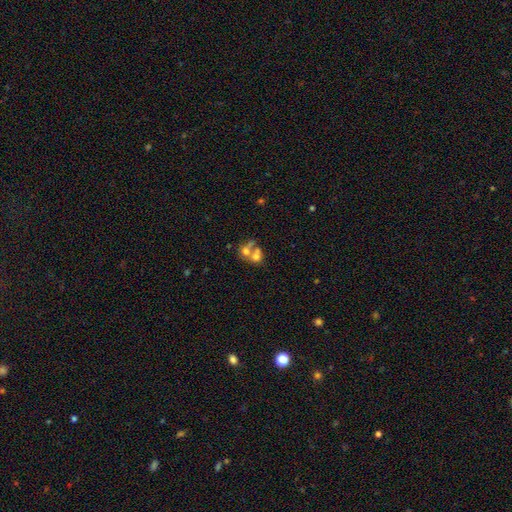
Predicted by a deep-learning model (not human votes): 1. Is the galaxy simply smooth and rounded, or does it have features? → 59% smooth, 28% featured or disk, 13% star or artifact.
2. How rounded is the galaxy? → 59% round, 40% in between, 1% cigar-shaped.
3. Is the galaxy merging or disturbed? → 64% merger, 22% none, 7% major disturbance, 7% minor disturbance.